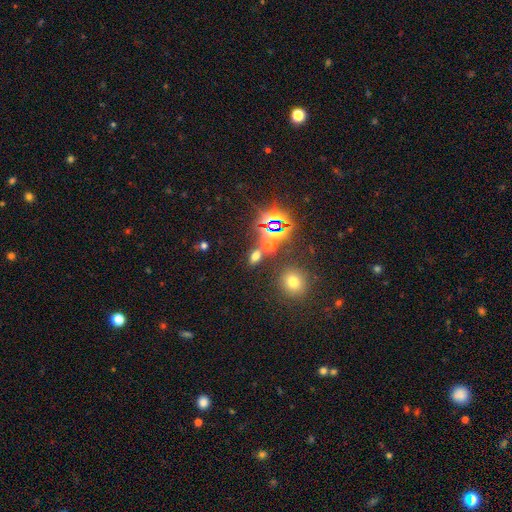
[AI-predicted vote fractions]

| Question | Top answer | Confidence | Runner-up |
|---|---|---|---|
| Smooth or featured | smooth | 52% | star or artifact (40%) |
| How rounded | in between | 73% | round (21%) |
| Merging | none | 77% | merger (10%) |